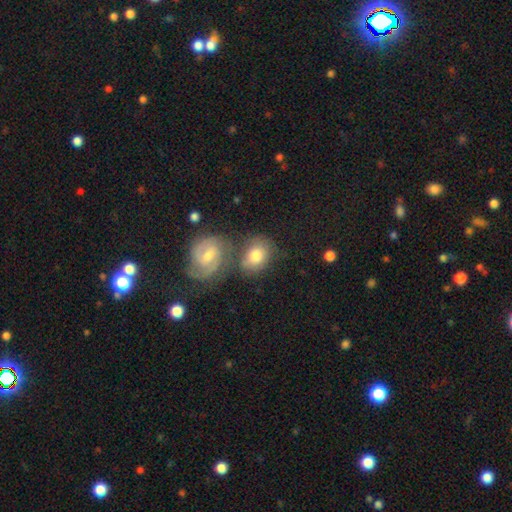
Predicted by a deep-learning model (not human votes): A smooth galaxy with no disk features (64%) that is in between round and cigar-shaped (54%).

Vote fractions:
- Smooth or featured? smooth: 64% / featured or disk: 28% / star or artifact: 8%
- How rounded? in between: 54% / round: 44% / cigar-shaped: 1%
- Merging? none: 50% / merger: 28% / minor disturbance: 16% / major disturbance: 6%